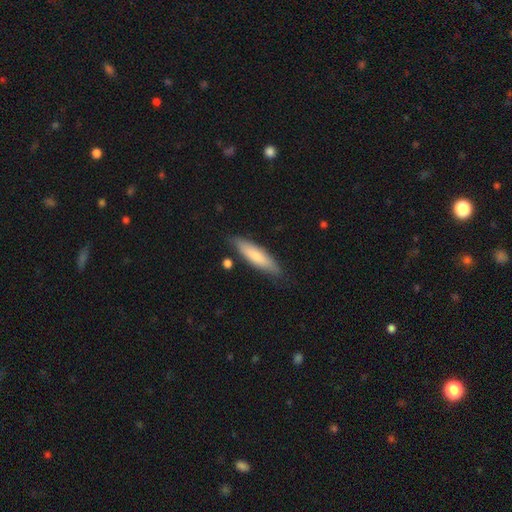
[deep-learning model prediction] The model was most divided on "how rounded": cigar-shaped: 69%, in between: 30%, round: 2%. More confident: merging — none (81%); smooth or featured — smooth (71%).